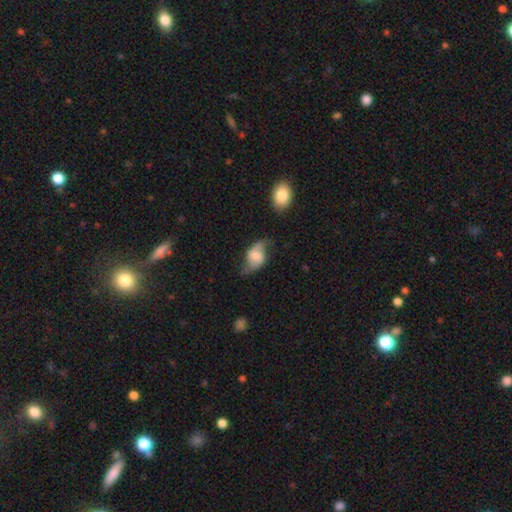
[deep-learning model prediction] smooth_or_featured: featured or disk (p=0.67) [alt: smooth p=0.27]
disk_edge_on: no (p=0.96) [alt: yes p=0.04]
bar: weak (p=0.47) [alt: no p=0.34]
has_spiral_arms: yes (p=0.88) [alt: no p=0.12]
spiral_winding: loose (p=0.61) [alt: medium p=0.30]
spiral_arm_count: 2 (p=0.90) [alt: can't tell p=0.05]
bulge_size: moderate (p=0.45) [alt: small p=0.35]
merging: none (p=0.58) [alt: minor disturbance p=0.26]